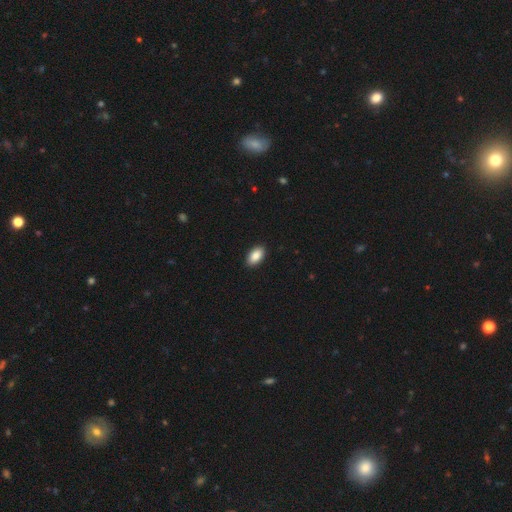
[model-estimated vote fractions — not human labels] Smooth or featured?
  - smooth: 89% *
  - star or artifact: 7%
  - featured or disk: 5%
How rounded?
  - in between: 94% *
  - round: 4%
  - cigar-shaped: 2%
Merging?
  - none: 91% *
  - minor disturbance: 7%
  - major disturbance: 2%
  - merger: 1%